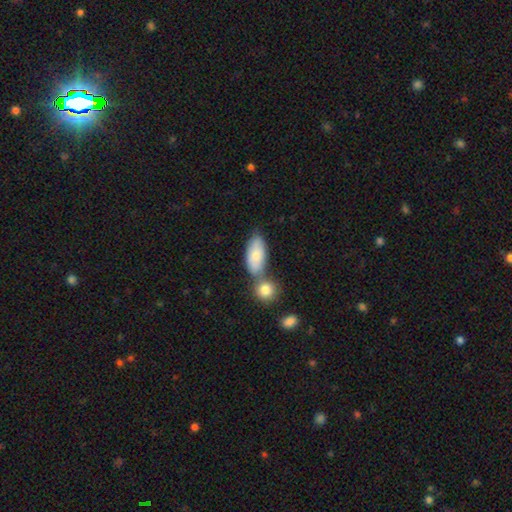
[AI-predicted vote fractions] Smooth or featured: smooth — 80% (featured or disk — 14%)
How rounded: in between — 88% (cigar-shaped — 8%)
Merging: none — 42% (merger — 38%)